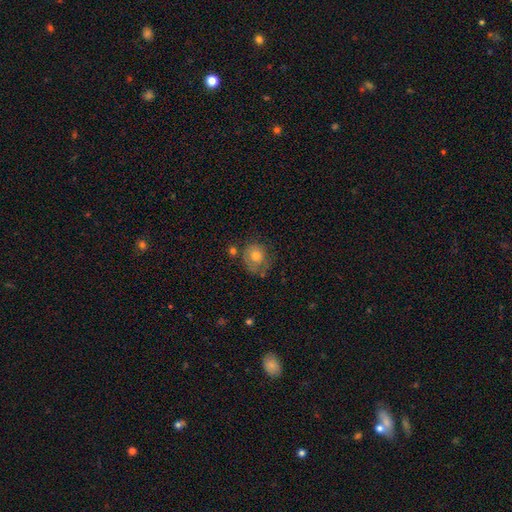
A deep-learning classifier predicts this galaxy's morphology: Q: Smooth or featured?
A: smooth (63%); runner-up: featured or disk (28%)
Q: How rounded?
A: round (79%); runner-up: in between (20%)
Q: Merging?
A: none (55%); runner-up: minor disturbance (24%)